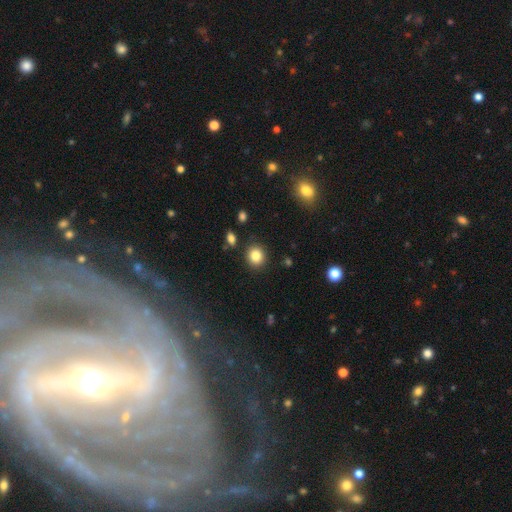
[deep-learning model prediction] Smooth or featured?
  - smooth: 84% *
  - star or artifact: 10%
  - featured or disk: 6%
How rounded?
  - round: 82% *
  - in between: 17%
  - cigar-shaped: 1%
Merging?
  - none: 88% *
  - minor disturbance: 7%
  - merger: 3%
  - major disturbance: 2%